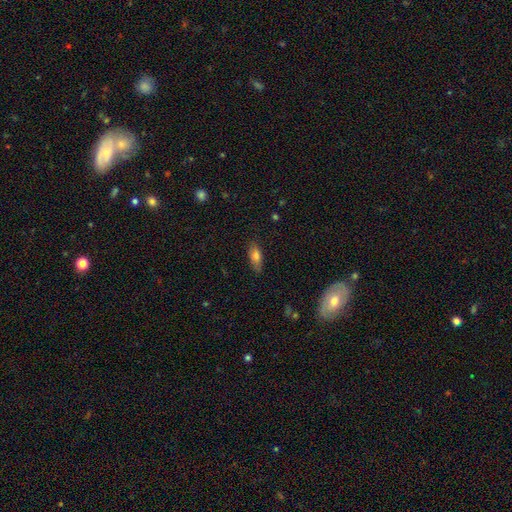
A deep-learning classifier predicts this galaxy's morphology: Smooth or featured: smooth — 75% (featured or disk — 16%)
How rounded: in between — 73% (cigar-shaped — 23%)
Merging: none — 78% (minor disturbance — 17%)